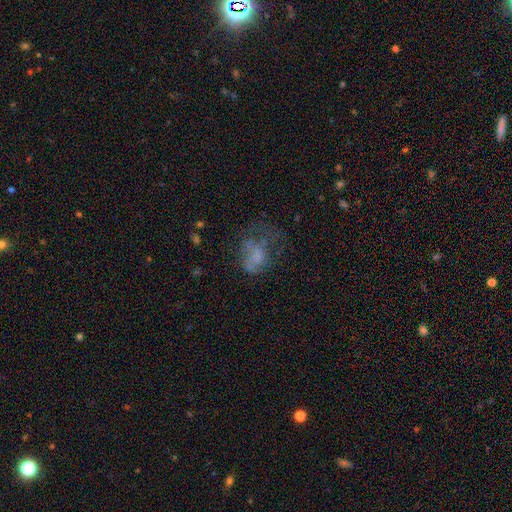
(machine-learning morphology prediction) Overall: smooth (44%; featured or disk 40%). Merging: major disturbance (46%; none 27%).